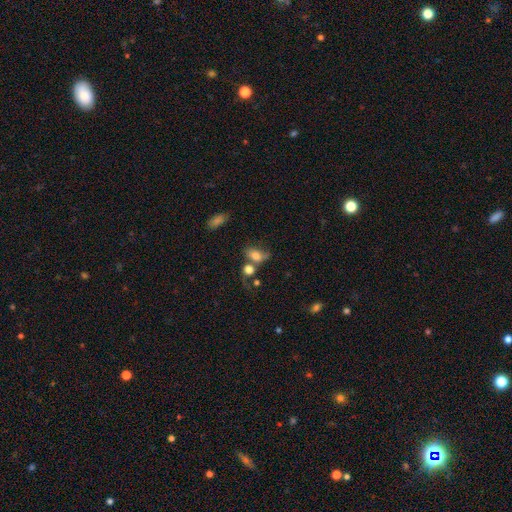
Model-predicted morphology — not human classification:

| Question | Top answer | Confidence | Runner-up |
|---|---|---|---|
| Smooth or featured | smooth | 72% | featured or disk (17%) |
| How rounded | in between | 76% | round (21%) |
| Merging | merger | 39% | none (28%) |